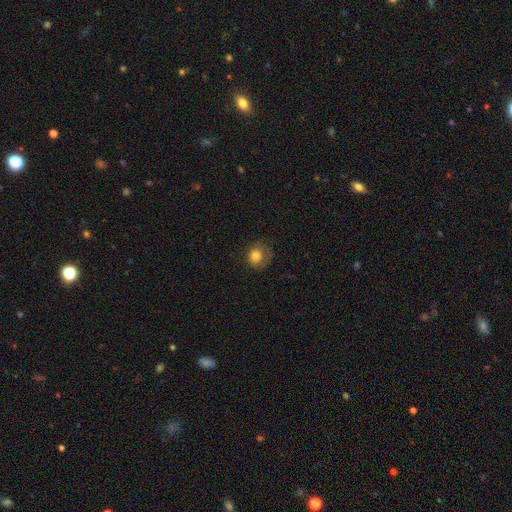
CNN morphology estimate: type=smooth (78%); roundness=round (74%); merging=none (58%).